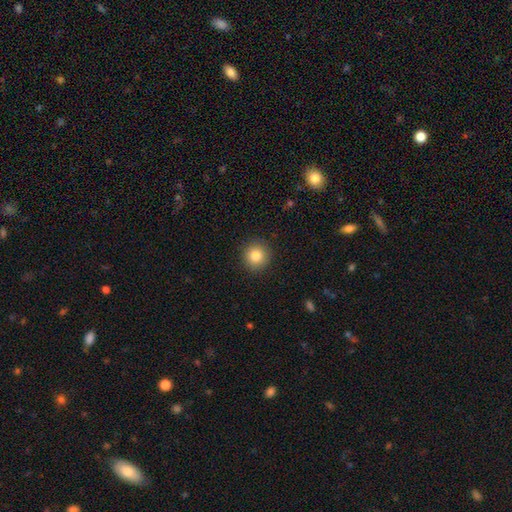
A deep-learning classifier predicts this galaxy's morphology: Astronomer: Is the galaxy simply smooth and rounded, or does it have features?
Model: smooth — 83%.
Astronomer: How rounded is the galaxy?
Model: round — 93%.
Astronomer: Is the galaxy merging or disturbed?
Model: none — 91%.